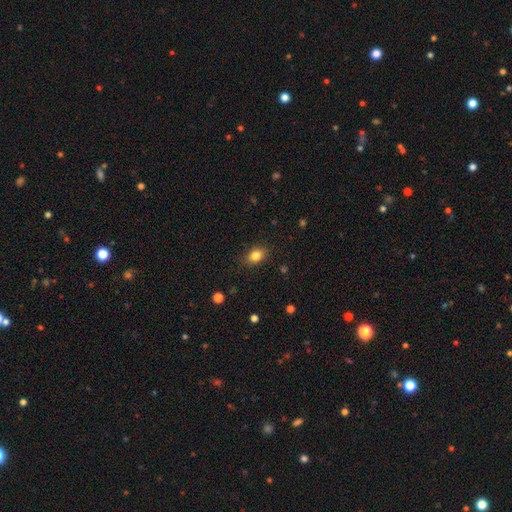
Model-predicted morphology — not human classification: The model was most divided on "how rounded": in between: 73%, round: 25%, cigar-shaped: 2%. More confident: merging — none (86%); smooth or featured — smooth (83%).